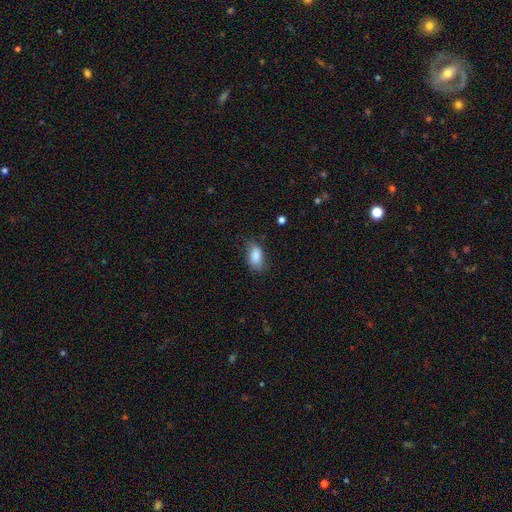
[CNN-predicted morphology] type=smooth (86%); roundness=in between (90%); merging=none (67%).